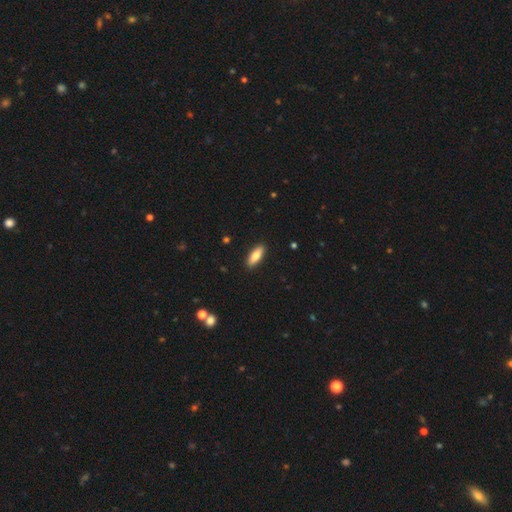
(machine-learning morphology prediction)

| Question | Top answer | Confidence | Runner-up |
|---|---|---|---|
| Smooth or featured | smooth | 75% | featured or disk (19%) |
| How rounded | in between | 61% | cigar-shaped (37%) |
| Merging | none | 90% | minor disturbance (7%) |